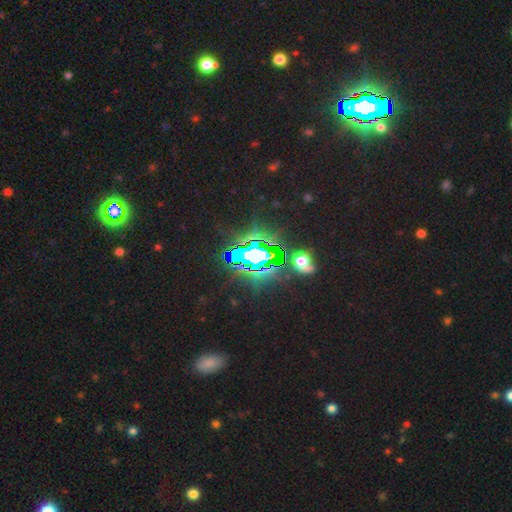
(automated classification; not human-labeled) The model was most divided on "smooth or featured": star or artifact: 77%, smooth: 12%, featured or disk: 12%.